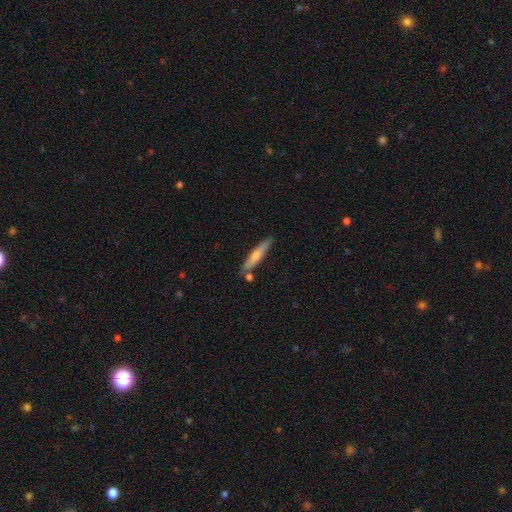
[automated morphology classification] Smooth or featured?
  - smooth: 52% *
  - featured or disk: 42%
  - star or artifact: 6%
How rounded?
  - cigar-shaped: 91% *
  - in between: 7%
  - round: 1%
Merging?
  - none: 81% *
  - minor disturbance: 12%
  - merger: 6%
  - major disturbance: 2%